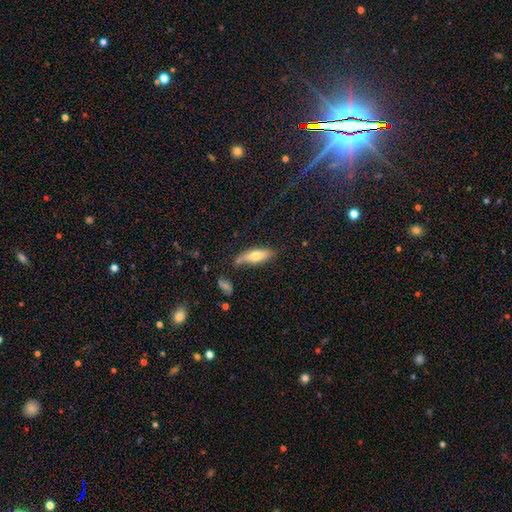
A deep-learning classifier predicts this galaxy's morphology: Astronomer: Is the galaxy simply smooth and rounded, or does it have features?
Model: smooth — 66%.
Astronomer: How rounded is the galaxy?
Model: in between — 57% (runner-up: cigar-shaped, 41%).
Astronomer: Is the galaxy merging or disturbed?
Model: none — 66%.